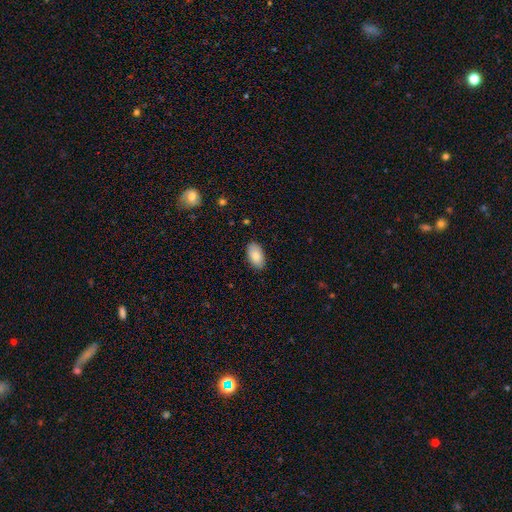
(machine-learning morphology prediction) A smooth galaxy with no disk features (86%) that is in between round and cigar-shaped (95%).

Vote fractions:
- Smooth or featured? smooth: 86% / featured or disk: 7% / star or artifact: 6%
- How rounded? in between: 95% / round: 3% / cigar-shaped: 2%
- Merging? none: 86% / minor disturbance: 10% / major disturbance: 2% / merger: 1%